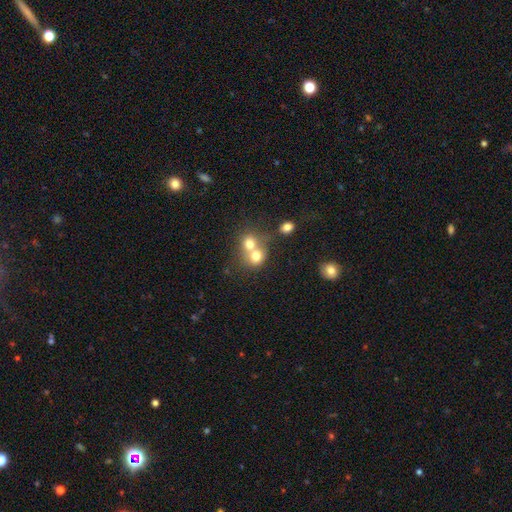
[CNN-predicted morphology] Smooth or featured? smooth (73%)
How rounded? round (69%)
Merging? merger (68%)